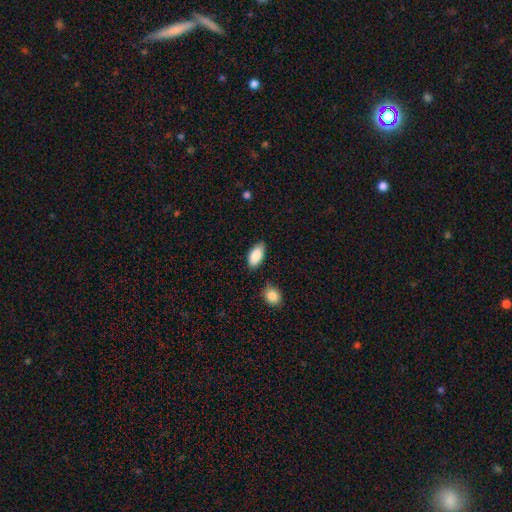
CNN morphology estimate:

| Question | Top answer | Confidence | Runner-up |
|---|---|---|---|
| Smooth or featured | smooth | 87% | featured or disk (7%) |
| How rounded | in between | 92% | cigar-shaped (5%) |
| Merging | none | 79% | minor disturbance (15%) |